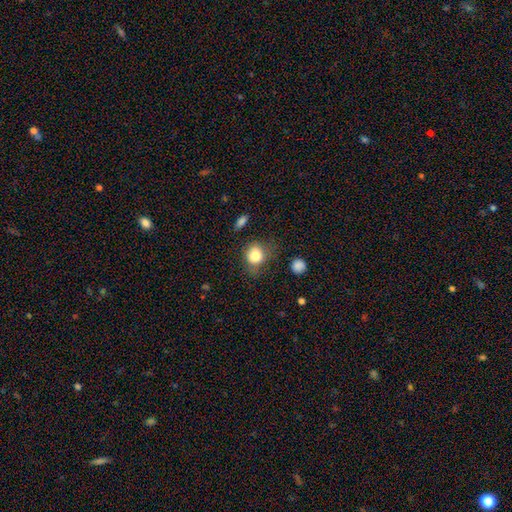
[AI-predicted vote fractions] smooth-or-featured: smooth: 79% | featured or disk: 11% | star or artifact: 10%
  how-rounded: round: 63% | in between: 36% | cigar-shaped: 1%
  merging: none: 53% | minor disturbance: 29% | major disturbance: 15% | merger: 3%